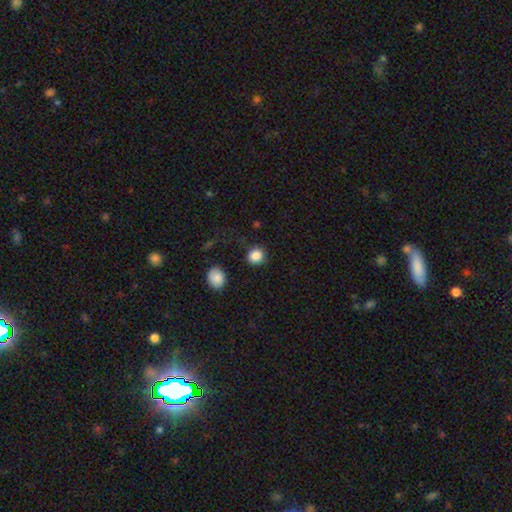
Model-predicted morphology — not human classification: Smooth or featured?
  - smooth: 87% *
  - star or artifact: 10%
  - featured or disk: 3%
How rounded?
  - round: 83% *
  - in between: 16%
  - cigar-shaped: 1%
Merging?
  - none: 87% *
  - minor disturbance: 8%
  - major disturbance: 3%
  - merger: 2%